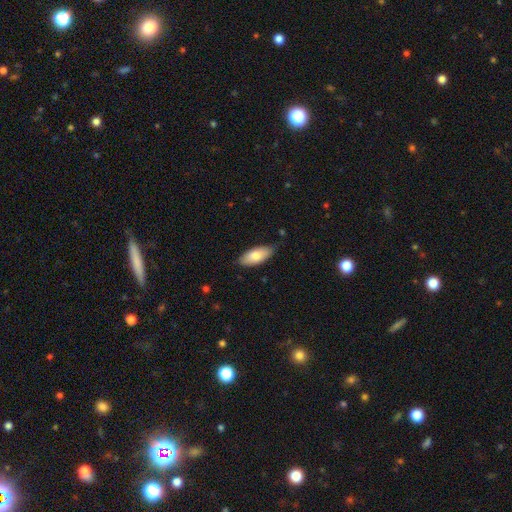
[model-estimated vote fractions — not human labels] Smooth or featured: smooth — 79% (featured or disk — 15%)
How rounded: in between — 87% (cigar-shaped — 12%)
Merging: none — 80% (minor disturbance — 16%)